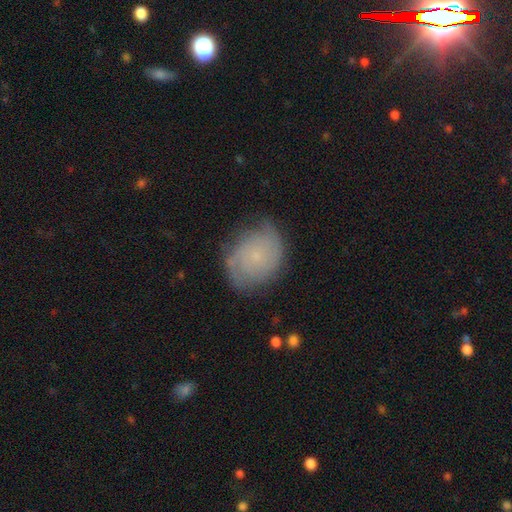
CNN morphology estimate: smooth_or_featured: featured or disk (p=0.59) [alt: smooth p=0.32]
disk_edge_on: no (p=0.97) [alt: yes p=0.03]
bar: no (p=0.82) [alt: weak p=0.16]
has_spiral_arms: yes (p=0.87) [alt: no p=0.13]
bulge_size: small (p=0.80) [alt: moderate p=0.09]
merging: none (p=0.69) [alt: minor disturbance p=0.22]